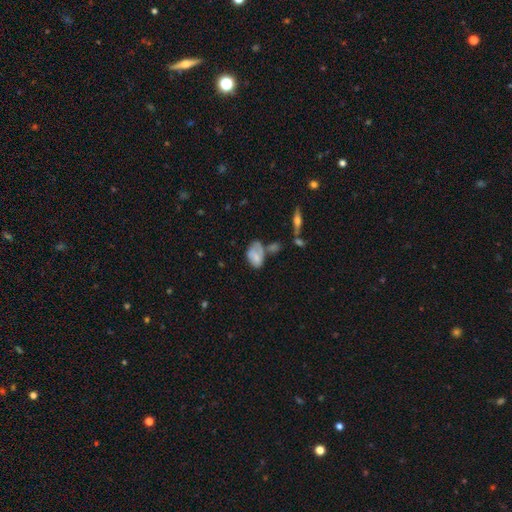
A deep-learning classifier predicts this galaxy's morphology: smooth-or-featured: smooth: 58% | featured or disk: 32% | star or artifact: 9%
  how-rounded: in between: 89% | round: 9% | cigar-shaped: 2%
  merging: none: 33% | minor disturbance: 29% | merger: 20% | major disturbance: 18%